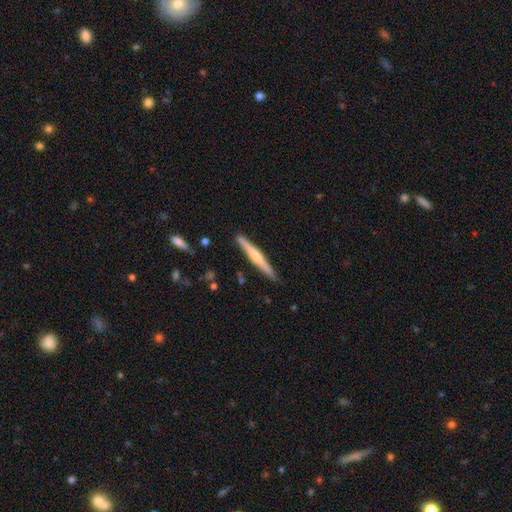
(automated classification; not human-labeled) This appears to be a featured or disk galaxy (59%) viewed edge-on (98%) with a rounded central bulge (66%). Merging: none (89%).